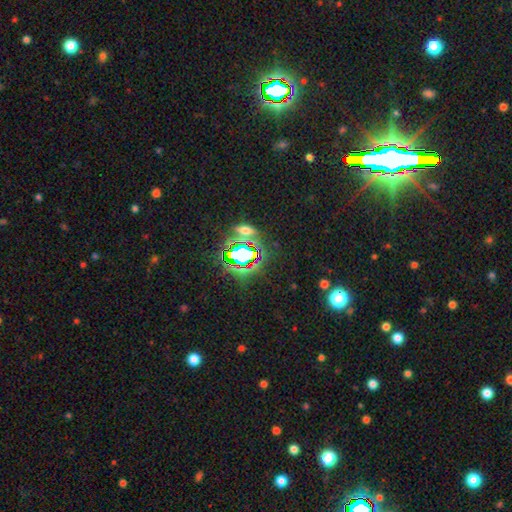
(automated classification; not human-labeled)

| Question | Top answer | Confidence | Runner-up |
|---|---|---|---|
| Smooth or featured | star or artifact | 78% | smooth (13%) |